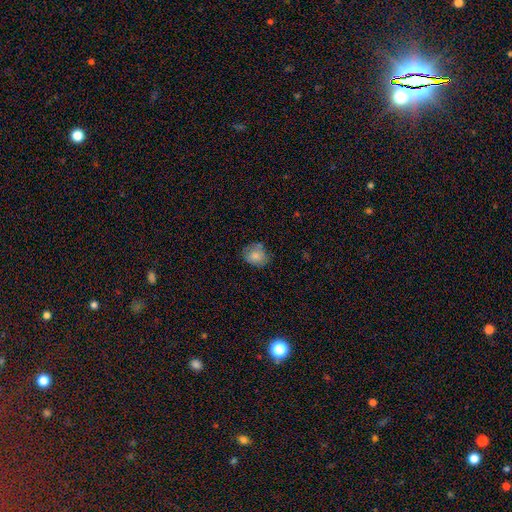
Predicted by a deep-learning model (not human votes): A smooth galaxy with no disk features (79%) that is round (55%).

Vote fractions:
- Smooth or featured? smooth: 79% / featured or disk: 12% / star or artifact: 9%
- How rounded? round: 55% / in between: 44% / cigar-shaped: 1%
- Merging? none: 66% / minor disturbance: 24% / major disturbance: 6% / merger: 3%